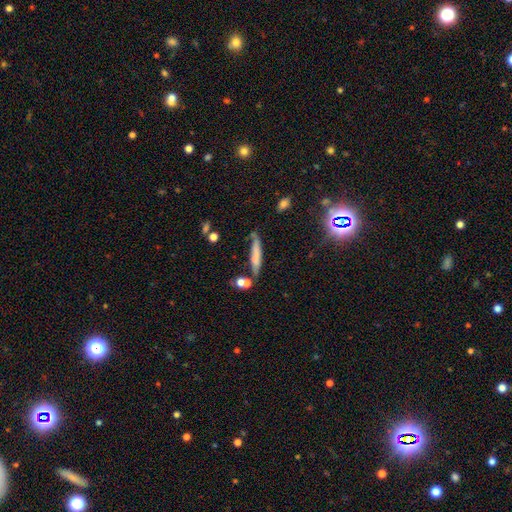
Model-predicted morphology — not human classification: This is likely a smooth galaxy (64%). How rounded: clearly cigar-shaped (88%). Merging: likely none (64%).